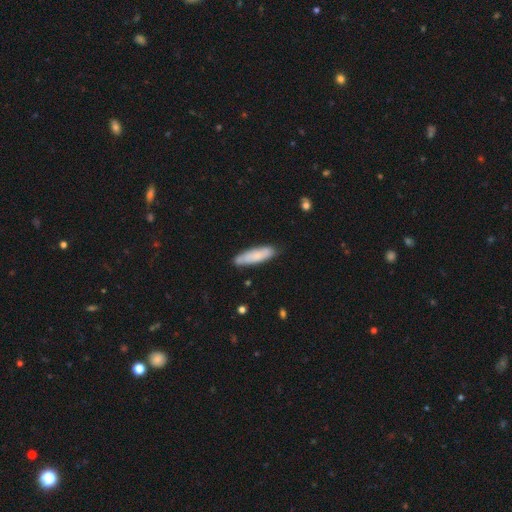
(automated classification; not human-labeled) smooth-or-featured: smooth: 75% | featured or disk: 19% | star or artifact: 6%
  how-rounded: cigar-shaped: 69% | in between: 30% | round: 1%
  merging: none: 81% | minor disturbance: 14% | major disturbance: 2% | merger: 2%